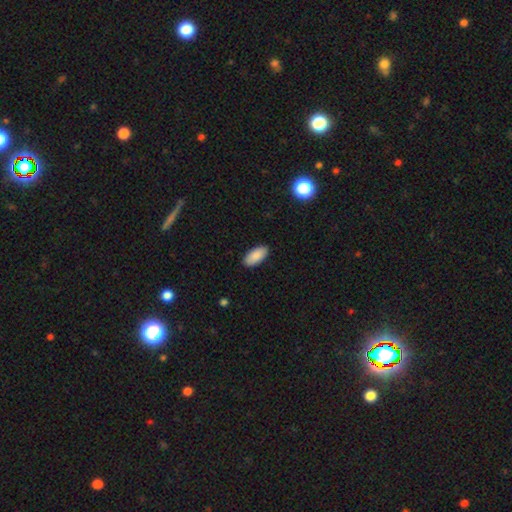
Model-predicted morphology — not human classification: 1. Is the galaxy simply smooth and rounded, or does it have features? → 88% smooth, 6% star or artifact, 5% featured or disk.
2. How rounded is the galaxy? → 93% in between, 5% cigar-shaped, 2% round.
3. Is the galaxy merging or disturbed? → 89% none, 8% minor disturbance, 2% major disturbance, 1% merger.